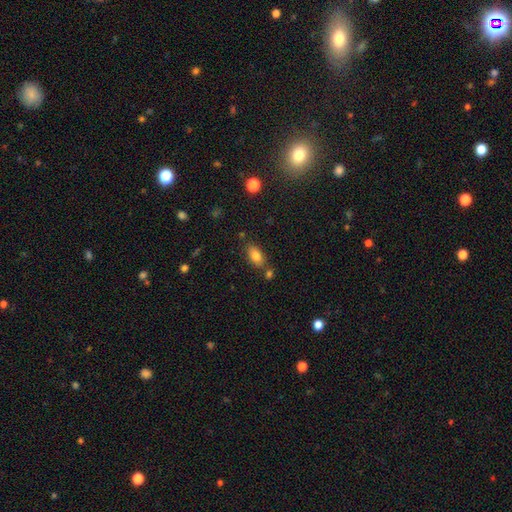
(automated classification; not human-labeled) Smooth or featured?
  - smooth: 81% *
  - featured or disk: 10%
  - star or artifact: 9%
How rounded?
  - in between: 90% *
  - round: 6%
  - cigar-shaped: 4%
Merging?
  - none: 74% *
  - minor disturbance: 12%
  - merger: 11%
  - major disturbance: 3%